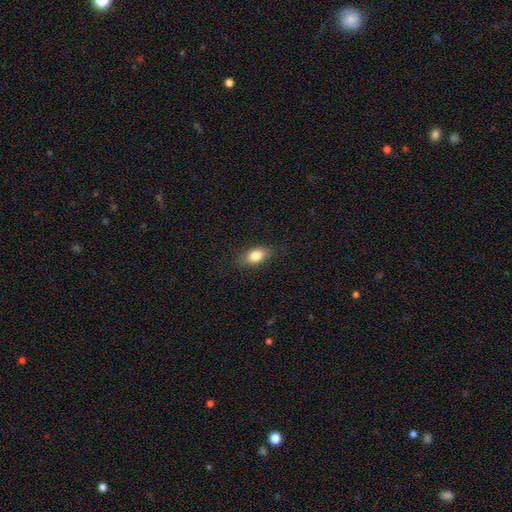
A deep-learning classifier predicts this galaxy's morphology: A smooth galaxy with no disk features (81%) that is in between round and cigar-shaped (82%).

Vote fractions:
- Smooth or featured? smooth: 81% / featured or disk: 11% / star or artifact: 8%
- How rounded? in between: 82% / round: 12% / cigar-shaped: 7%
- Merging? none: 83% / minor disturbance: 13% / major disturbance: 3% / merger: 1%